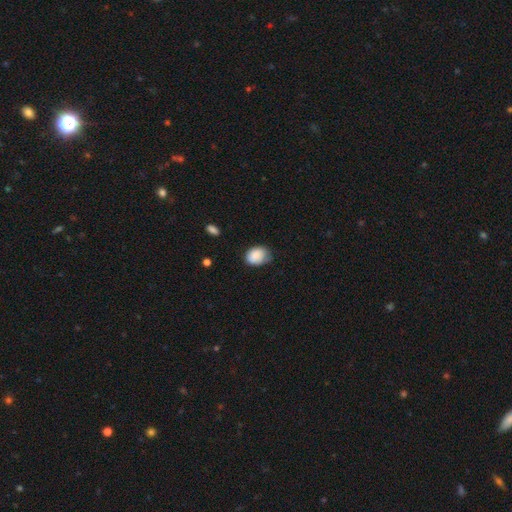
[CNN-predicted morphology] type=smooth (85%); roundness=in between (68%); merging=none (57%).